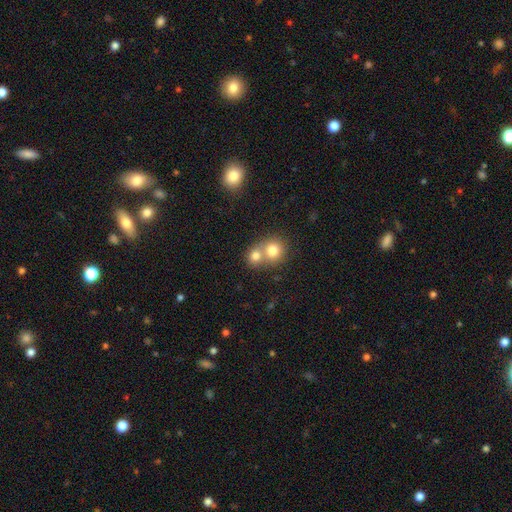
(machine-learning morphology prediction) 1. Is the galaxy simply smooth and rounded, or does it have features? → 78% smooth, 12% featured or disk, 10% star or artifact.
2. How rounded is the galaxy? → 80% round, 19% in between, 1% cigar-shaped.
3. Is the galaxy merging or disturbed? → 61% merger, 32% none, 5% minor disturbance, 2% major disturbance.